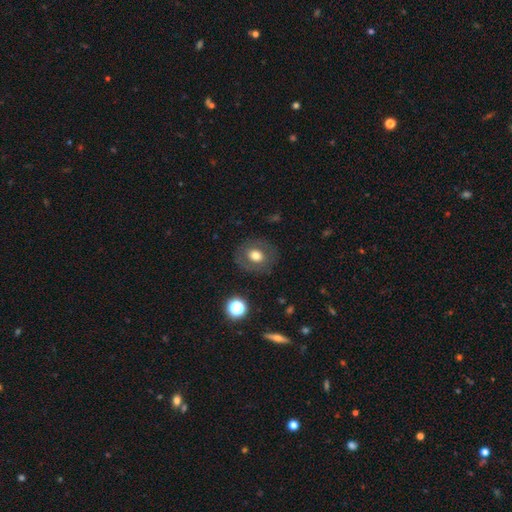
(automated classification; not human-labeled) A smooth galaxy with no disk features (64%) that is round (65%).

Vote fractions:
- Smooth or featured? smooth: 64% / featured or disk: 26% / star or artifact: 10%
- How rounded? round: 65% / in between: 34% / cigar-shaped: 1%
- Merging? none: 82% / minor disturbance: 10% / major disturbance: 6% / merger: 1%